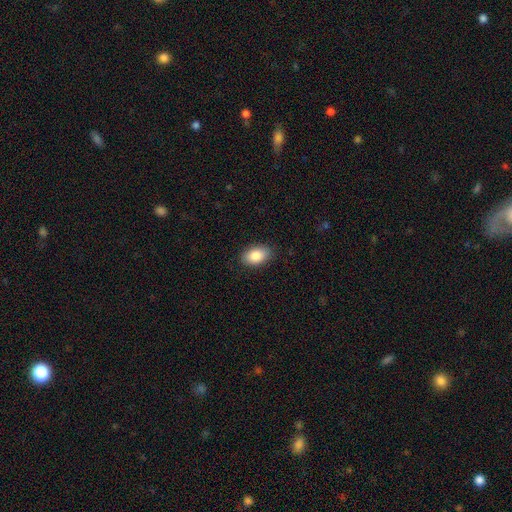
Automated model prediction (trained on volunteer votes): smooth-or-featured: smooth: 87% | star or artifact: 7% | featured or disk: 6%
  how-rounded: in between: 91% | round: 8% | cigar-shaped: 1%
  merging: none: 87% | minor disturbance: 9% | major disturbance: 2% | merger: 1%